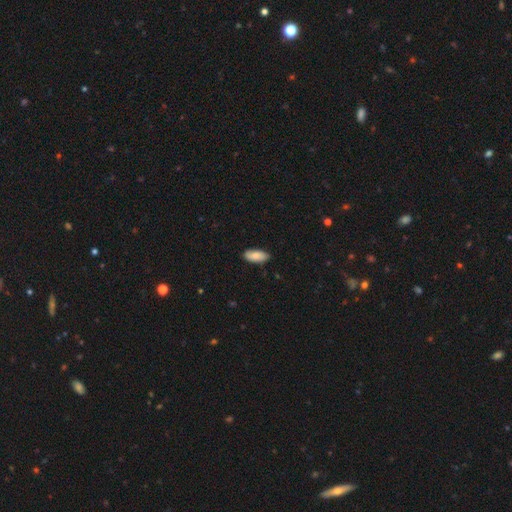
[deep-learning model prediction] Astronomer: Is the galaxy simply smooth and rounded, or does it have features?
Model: smooth — 83%.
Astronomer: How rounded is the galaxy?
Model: in between — 88%.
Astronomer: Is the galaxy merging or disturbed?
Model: none — 86%.